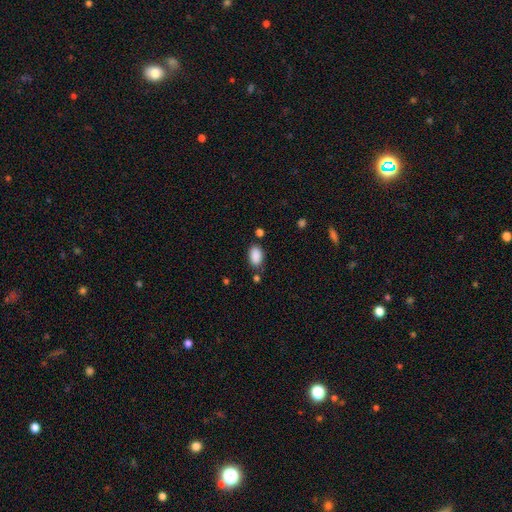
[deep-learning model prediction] A smooth galaxy with no disk features (89%) that is in between round and cigar-shaped (91%).

Vote fractions:
- Smooth or featured? smooth: 89% / star or artifact: 8% / featured or disk: 4%
- How rounded? in between: 91% / round: 7% / cigar-shaped: 2%
- Merging? none: 74% / minor disturbance: 15% / merger: 7% / major disturbance: 4%